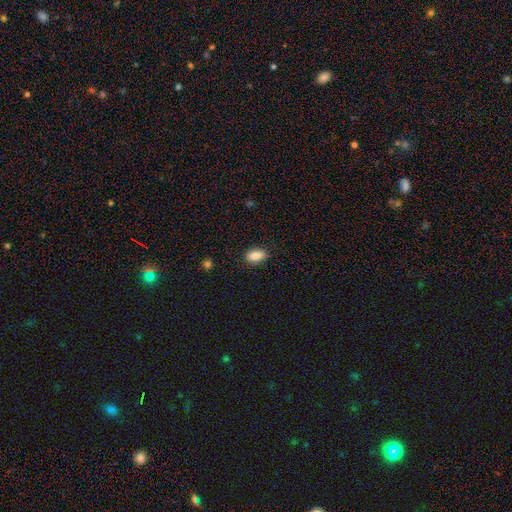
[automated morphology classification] Smooth or featured? Predicted: smooth (p=0.87). How rounded? Predicted: in between (p=0.88). Merging? Predicted: none (p=0.85).